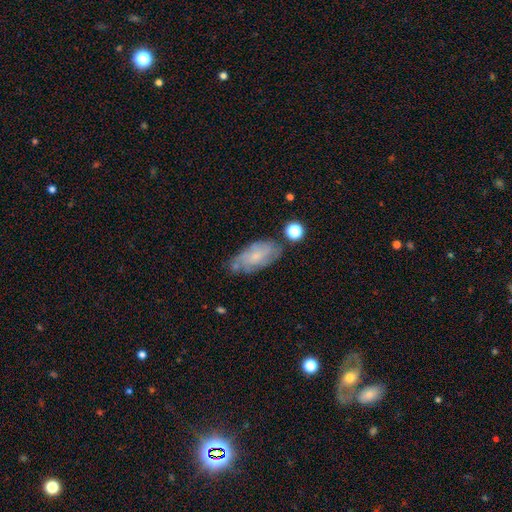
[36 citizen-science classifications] A featured or disk galaxy (67%) with no bar (74%), tight (57%) spiral arms (61%) and a small central bulge (52%). Merging: none (60%).